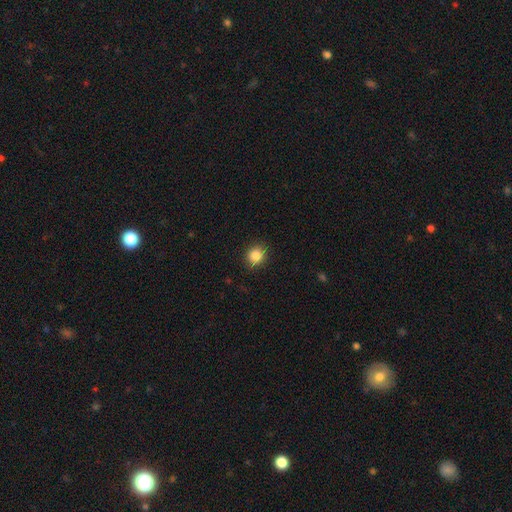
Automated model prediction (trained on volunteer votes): This appears to be a smooth galaxy with no disk features (86%) that is round (82%). Merging: none (86%).